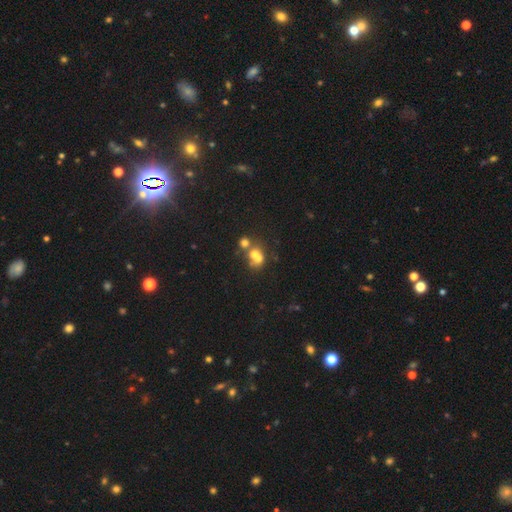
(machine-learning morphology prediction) Smooth or featured? smooth (60%)
How rounded? round (68%)
Merging? merger (61%)